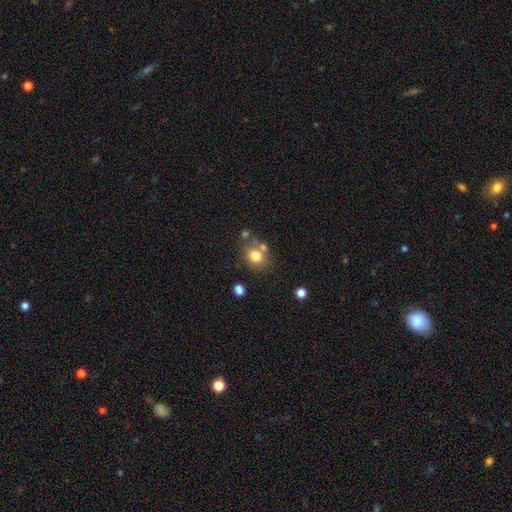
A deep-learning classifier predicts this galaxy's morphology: smooth-or-featured: smooth: 76% | featured or disk: 12% | star or artifact: 12%
  how-rounded: round: 64% | in between: 35% | cigar-shaped: 1%
  merging: none: 60% | merger: 20% | minor disturbance: 14% | major disturbance: 6%